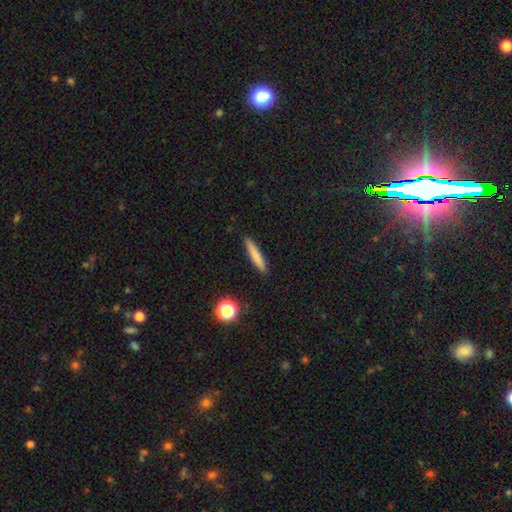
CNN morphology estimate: Smooth or featured?
  - smooth: 76% *
  - featured or disk: 16%
  - star or artifact: 8%
How rounded?
  - cigar-shaped: 93% *
  - in between: 6%
  - round: 2%
Merging?
  - none: 90% *
  - minor disturbance: 7%
  - major disturbance: 2%
  - merger: 1%